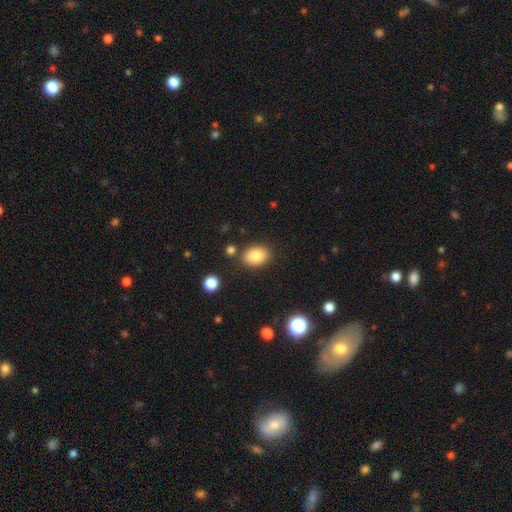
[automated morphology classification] smooth-or-featured: smooth: 84% | star or artifact: 9% | featured or disk: 8%
  how-rounded: in between: 75% | round: 24% | cigar-shaped: 1%
  merging: none: 82% | minor disturbance: 11% | merger: 4% | major disturbance: 3%